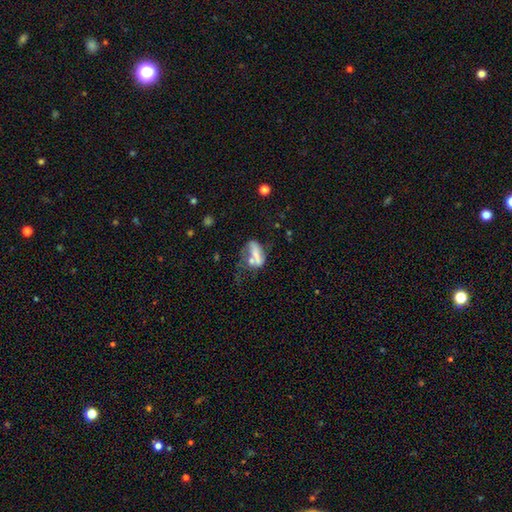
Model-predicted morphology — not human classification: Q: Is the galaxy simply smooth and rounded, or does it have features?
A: smooth — 54%.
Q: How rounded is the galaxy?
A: in between — 69%.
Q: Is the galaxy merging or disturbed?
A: major disturbance — 30%.